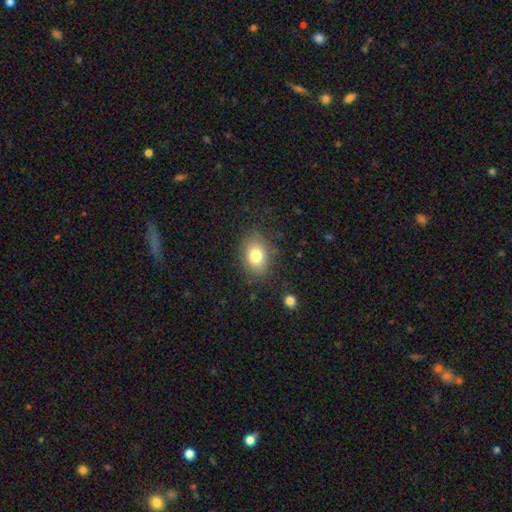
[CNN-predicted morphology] type=smooth (78%); roundness=in between (73%); merging=none (80%).